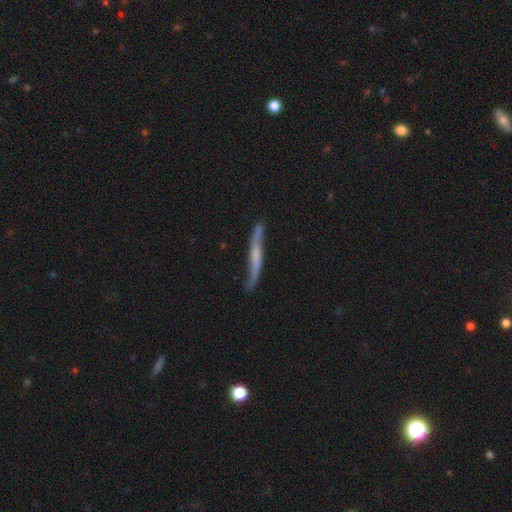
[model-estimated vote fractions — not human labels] This is likely a featured or disk galaxy (70%). It is likely viewed edge-on (69%). Merging: likely none (69%).